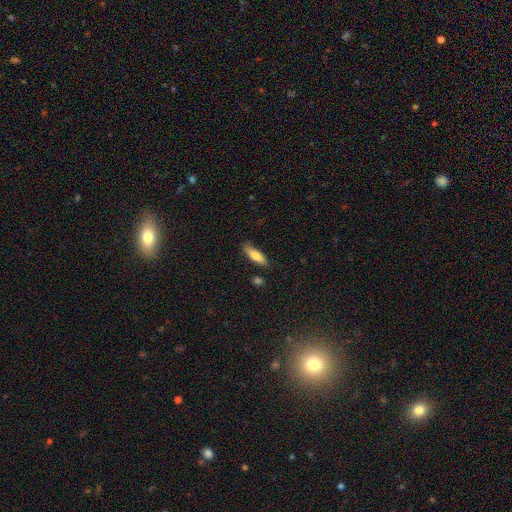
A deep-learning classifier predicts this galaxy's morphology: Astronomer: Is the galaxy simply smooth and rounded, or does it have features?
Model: smooth — 77%.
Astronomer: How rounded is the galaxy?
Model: cigar-shaped — 54% (runner-up: in between, 44%).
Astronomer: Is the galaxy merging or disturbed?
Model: none — 80%.